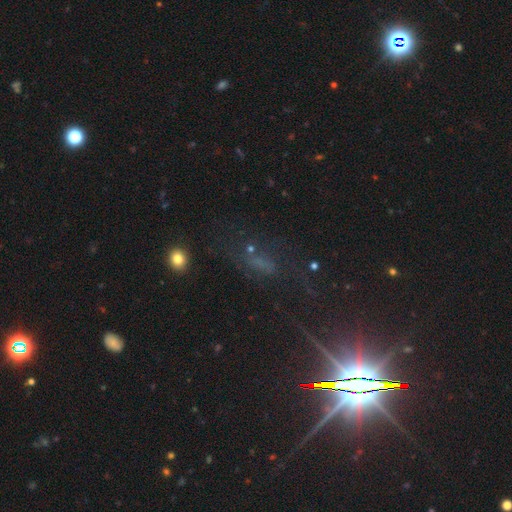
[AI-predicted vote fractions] Morphology: type=star or artifact (59%).